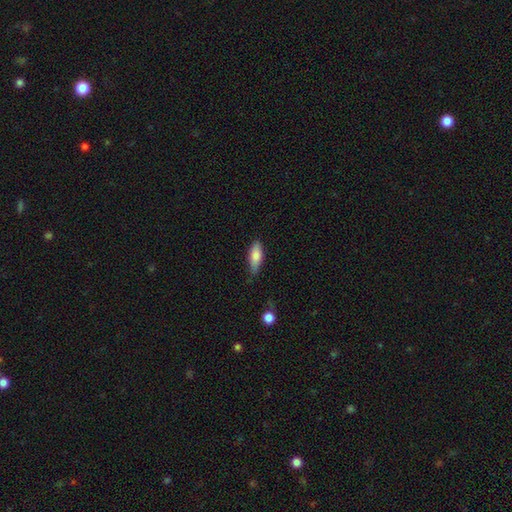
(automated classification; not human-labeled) Smooth or featured?
  - smooth: 80% *
  - featured or disk: 14%
  - star or artifact: 6%
How rounded?
  - in between: 66% *
  - cigar-shaped: 32%
  - round: 2%
Merging?
  - none: 69% *
  - minor disturbance: 25%
  - major disturbance: 4%
  - merger: 2%